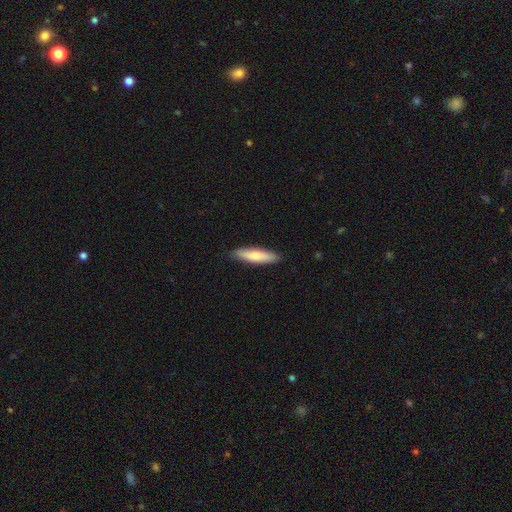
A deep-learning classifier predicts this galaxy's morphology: smooth 71%, featured or disk 24%, star or artifact 5%. Down the decision tree: how rounded — cigar-shaped (75%); merging — none (89%).